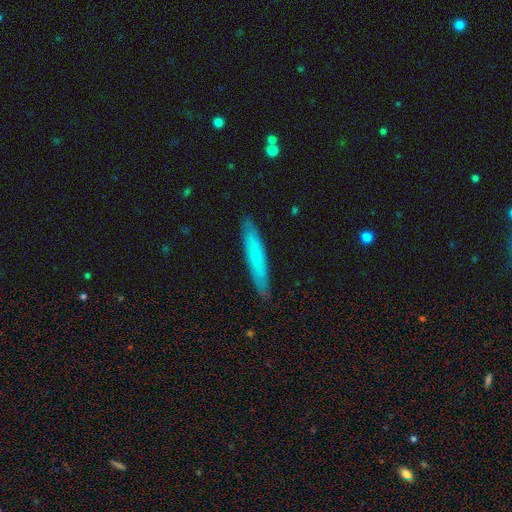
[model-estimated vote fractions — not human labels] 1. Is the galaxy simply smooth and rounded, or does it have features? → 66% smooth, 29% featured or disk, 6% star or artifact.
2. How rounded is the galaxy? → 92% cigar-shaped, 7% in between, 1% round.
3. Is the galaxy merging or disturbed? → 88% none, 9% minor disturbance, 2% major disturbance, 1% merger.